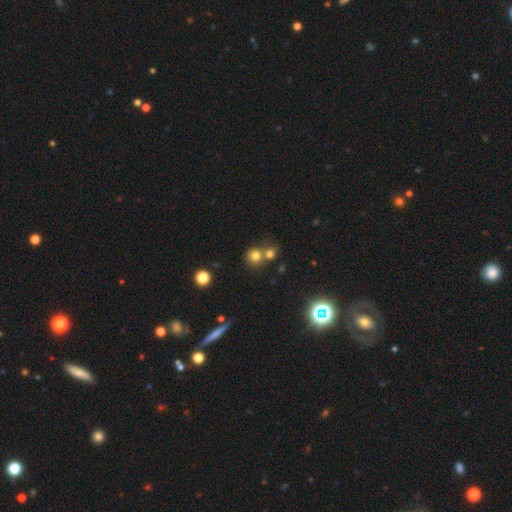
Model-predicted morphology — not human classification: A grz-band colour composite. It shows a smooth galaxy with no disk features (75%) that is round (88%). Merging: none (50%).